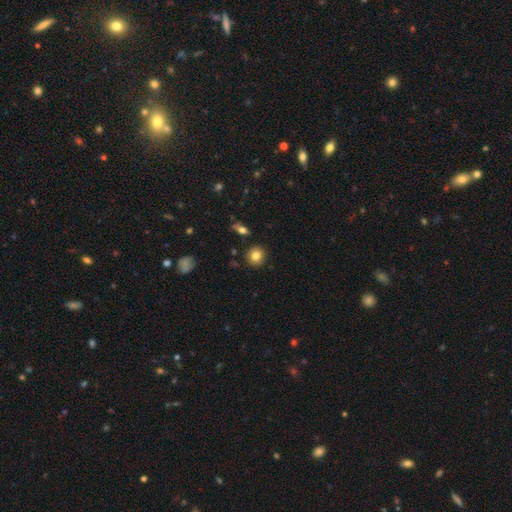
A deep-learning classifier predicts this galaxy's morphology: Overall: smooth (81%). How rounded: round (86%). Merging: none (89%).